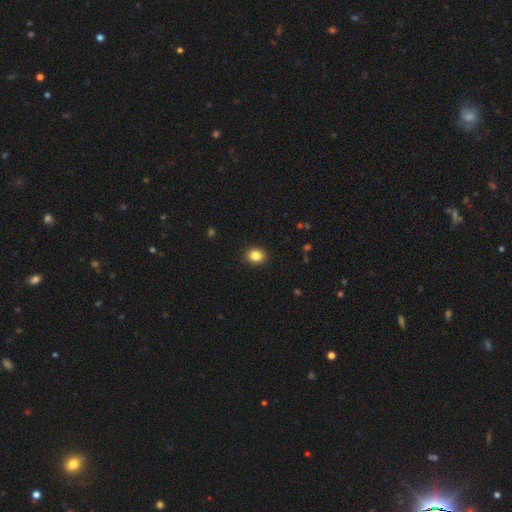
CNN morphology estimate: A smooth galaxy with no disk features (85%) that is round (67%). Merging: none (91%).